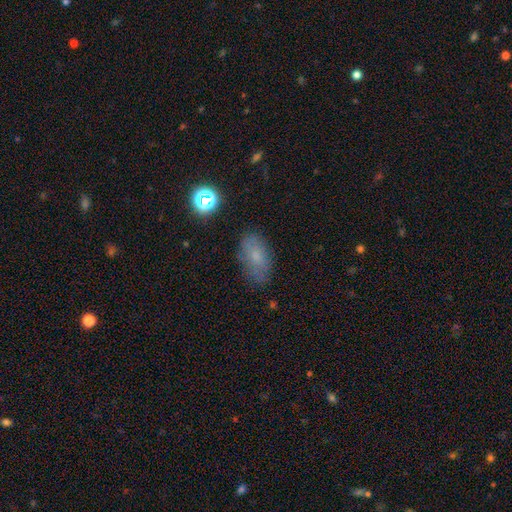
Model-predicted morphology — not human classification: This is likely a smooth galaxy (68%). How rounded: clearly in between (89%). Merging: likely none (71%).